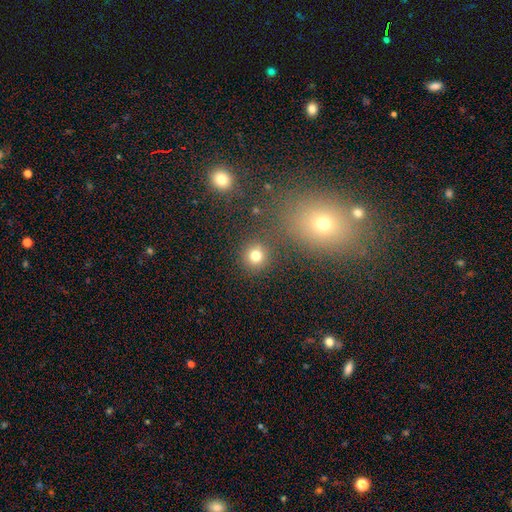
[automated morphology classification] A smooth galaxy with no disk features (77%) that is round (91%). Merging: none (84%).